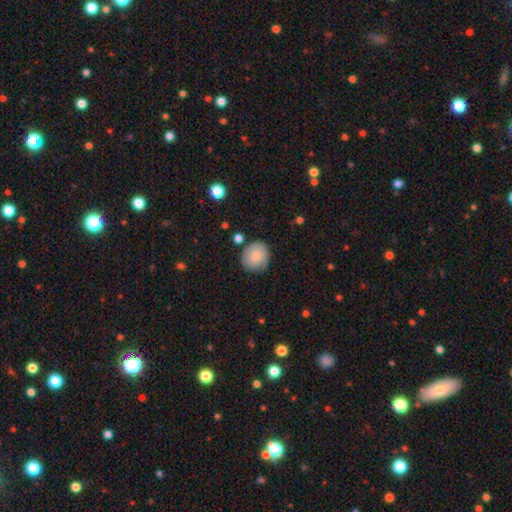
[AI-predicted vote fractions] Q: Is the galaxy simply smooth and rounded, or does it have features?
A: smooth — 80%.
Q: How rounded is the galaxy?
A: round — 85%.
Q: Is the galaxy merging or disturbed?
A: none — 76%.